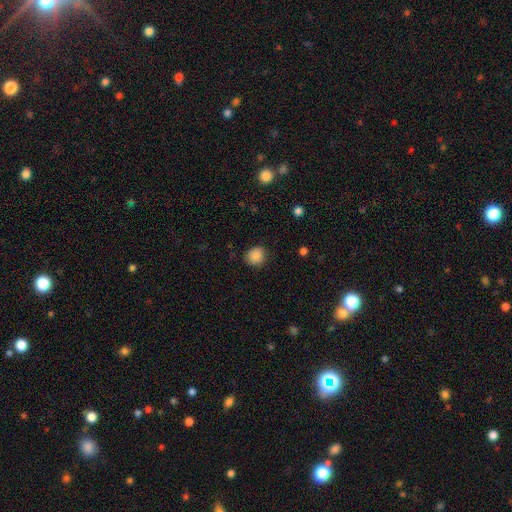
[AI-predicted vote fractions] A smooth galaxy with no disk features (87%) that is round (81%).

Vote fractions:
- Smooth or featured? smooth: 87% / star or artifact: 9% / featured or disk: 3%
- How rounded? round: 81% / in between: 19% / cigar-shaped: 1%
- Merging? none: 84% / minor disturbance: 12% / major disturbance: 3% / merger: 1%